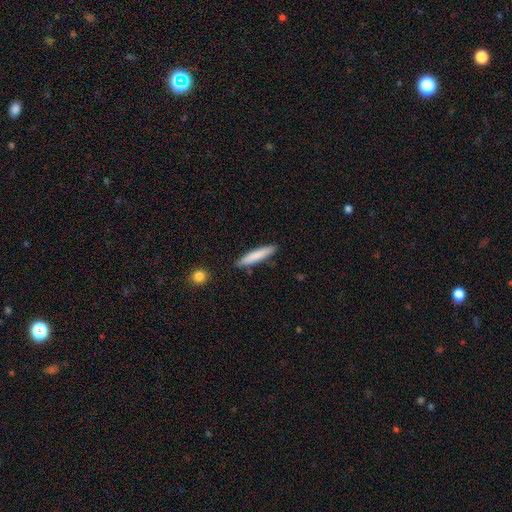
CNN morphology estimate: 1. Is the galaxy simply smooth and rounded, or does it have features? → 81% smooth, 14% featured or disk, 5% star or artifact.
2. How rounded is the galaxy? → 90% cigar-shaped, 9% in between, 1% round.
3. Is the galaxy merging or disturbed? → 88% none, 8% minor disturbance, 2% merger, 2% major disturbance.